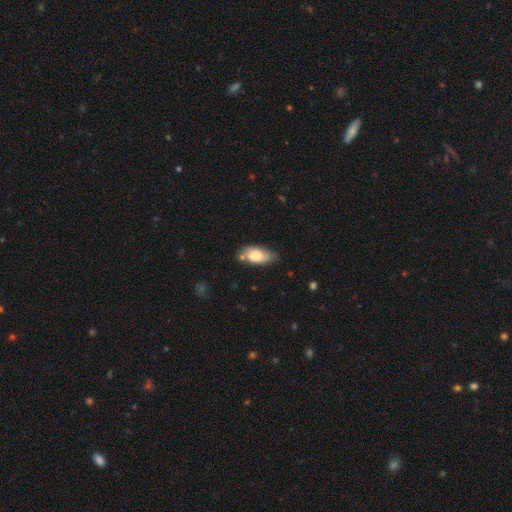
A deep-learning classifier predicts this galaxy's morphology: smooth 78%, featured or disk 15%, star or artifact 7%. Down the decision tree: how rounded — in between (89%); merging — none (56%).